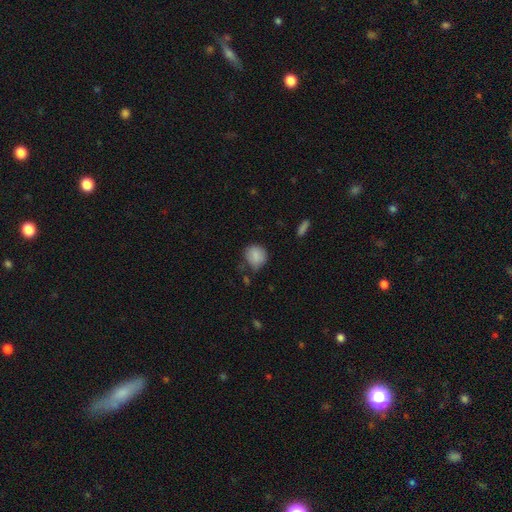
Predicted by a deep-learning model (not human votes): A smooth galaxy with no disk features (85%) that is round (76%). Merging: none (61%).